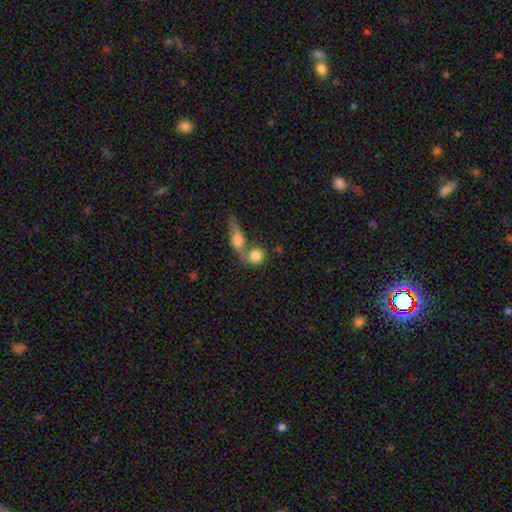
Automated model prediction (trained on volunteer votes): A smooth galaxy with no disk features (80%) that is round (73%). Merging: merger (52%).